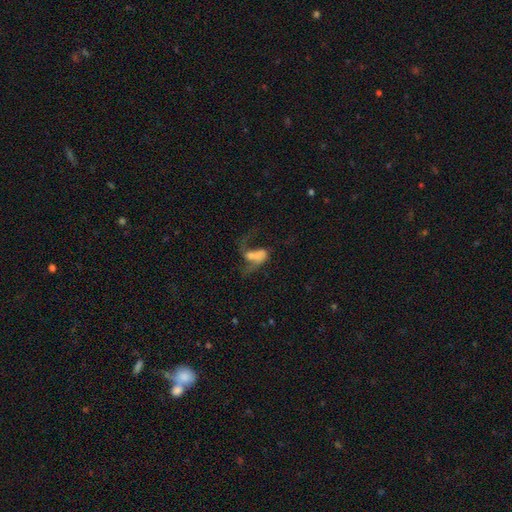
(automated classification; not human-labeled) featured or disk 53%, smooth 34%, star or artifact 13%. Down the decision tree: edge-on disk — no (96%); bar — no (66%); spiral arms — yes (52%); bulge size — none (51%); merging — major disturbance (45%).